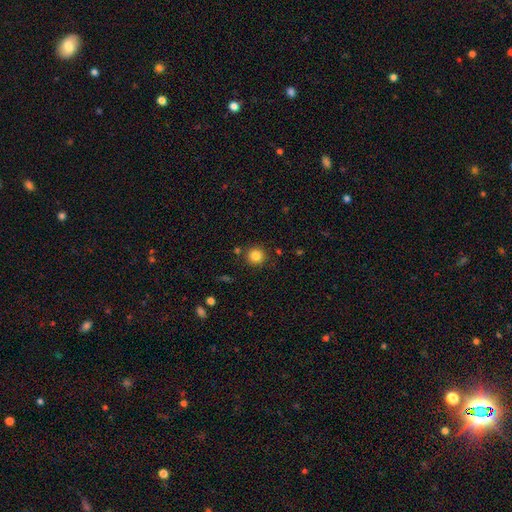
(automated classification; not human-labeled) A smooth galaxy with no disk features (84%) that is round (93%). Merging: none (87%).